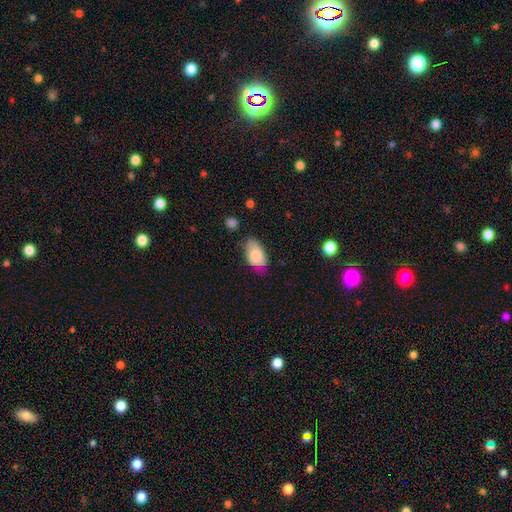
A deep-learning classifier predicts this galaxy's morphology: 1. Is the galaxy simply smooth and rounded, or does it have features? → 75% smooth, 18% featured or disk, 7% star or artifact.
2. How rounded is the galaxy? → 93% in between, 4% round, 2% cigar-shaped.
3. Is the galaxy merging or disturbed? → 64% none, 27% minor disturbance, 6% major disturbance, 2% merger.